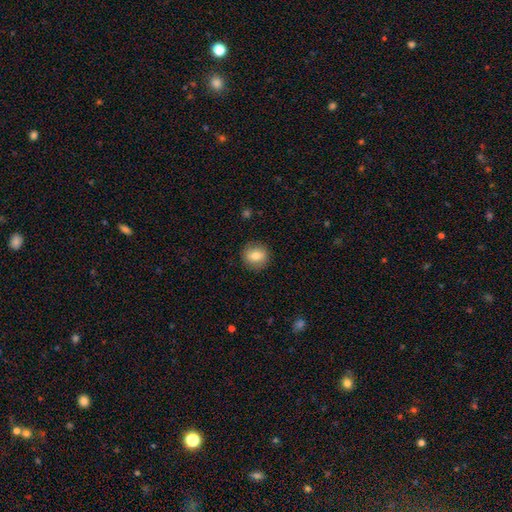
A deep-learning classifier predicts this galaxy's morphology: This is likely a smooth galaxy (77%). How rounded: clearly round (86%). Merging: clearly none (88%).